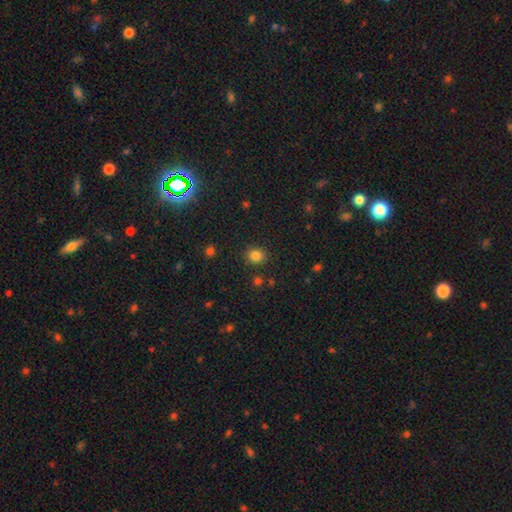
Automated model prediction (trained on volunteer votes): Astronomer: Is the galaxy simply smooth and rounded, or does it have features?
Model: smooth — 82%.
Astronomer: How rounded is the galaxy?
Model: round — 80%.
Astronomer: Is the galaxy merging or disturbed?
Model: none — 87%.